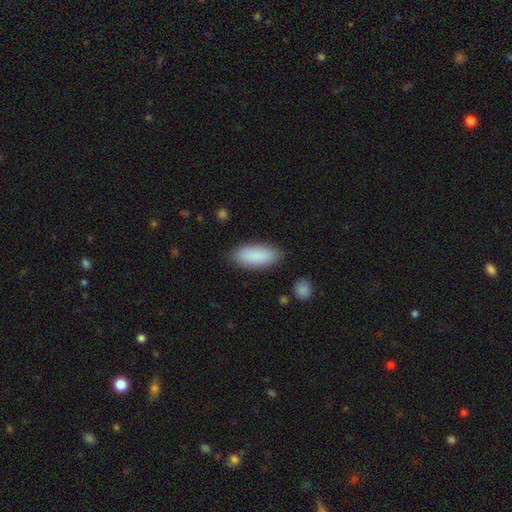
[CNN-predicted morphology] smooth_or_featured: smooth (p=0.89) [alt: star or artifact p=0.06]
how_rounded: in between (p=0.80) [alt: cigar-shaped p=0.18]
merging: none (p=0.86) [alt: minor disturbance p=0.10]